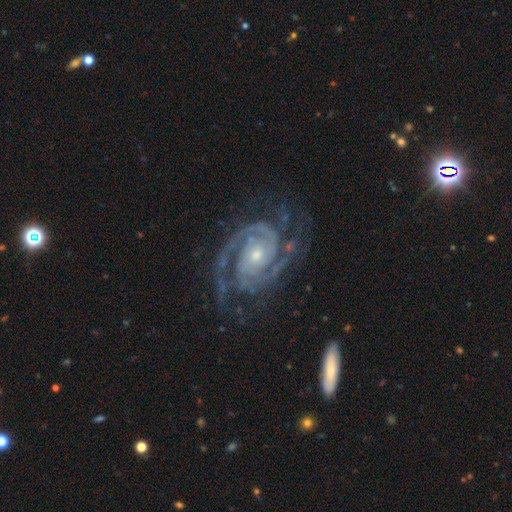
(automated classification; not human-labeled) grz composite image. It shows a featured or disk galaxy (93%) with no bar (68%), 2 (80%) tight (67%) spiral arms (99%) and a small central bulge (66%). Merging: none (74%).